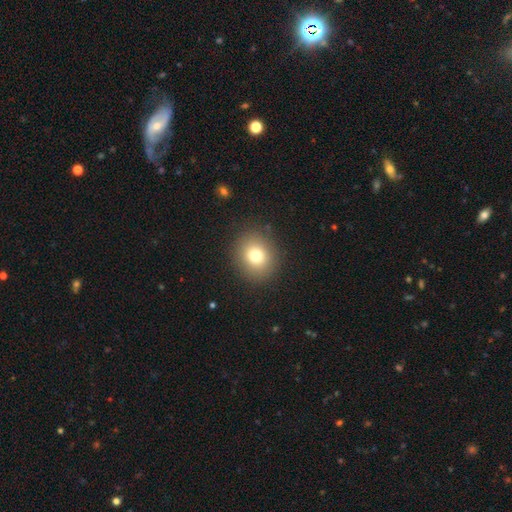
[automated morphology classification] smooth_or_featured: smooth (p=0.77) [alt: star or artifact p=0.12]
how_rounded: round (p=0.78) [alt: in between p=0.22]
merging: none (p=0.89) [alt: minor disturbance p=0.07]